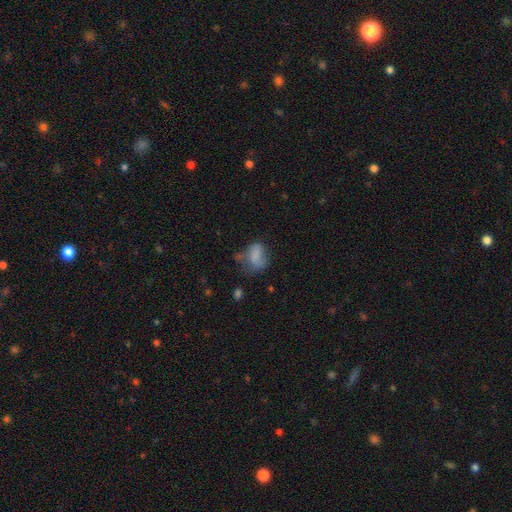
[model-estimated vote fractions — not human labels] smooth 69%, featured or disk 19%, star or artifact 11%. Down the decision tree: how rounded — in between (77%); merging — none (33%).